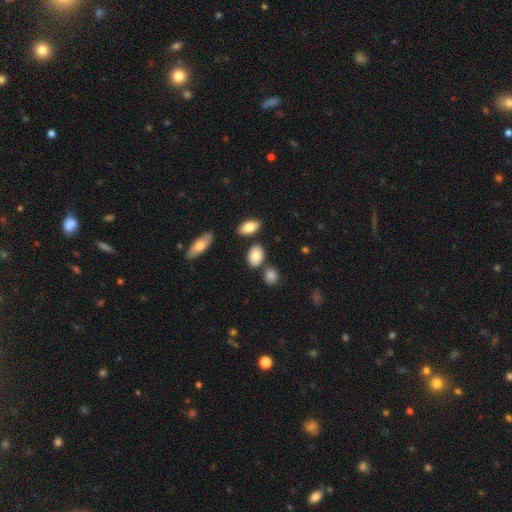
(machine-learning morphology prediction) smooth 82%, featured or disk 11%, star or artifact 8%. Down the decision tree: how rounded — in between (82%); merging — none (78%).